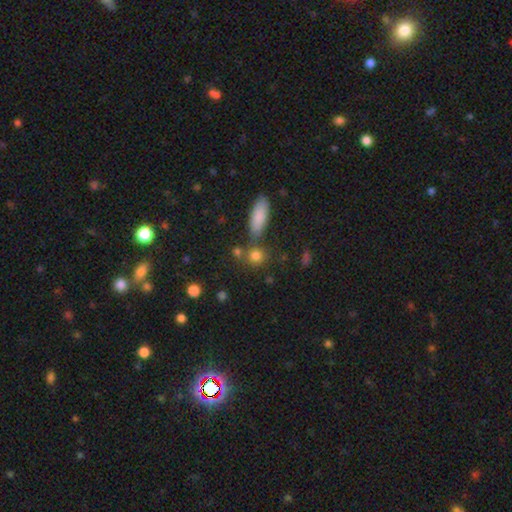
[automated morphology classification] smooth-or-featured: smooth: 81% | star or artifact: 12% | featured or disk: 8%
  how-rounded: round: 74% | in between: 21% | cigar-shaped: 5%
  merging: none: 69% | merger: 16% | minor disturbance: 11% | major disturbance: 4%